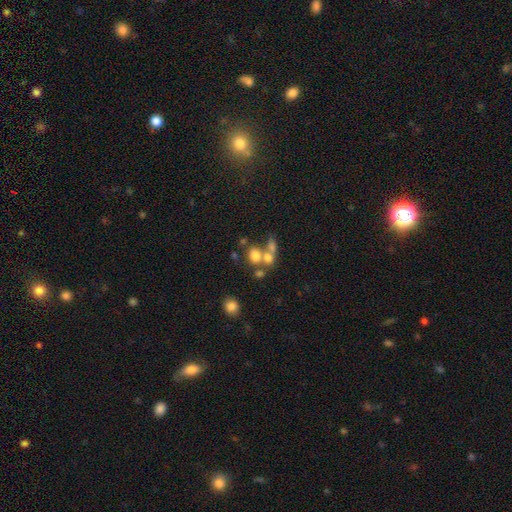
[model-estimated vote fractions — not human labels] Smooth or featured?
  - smooth: 69% *
  - featured or disk: 17%
  - star or artifact: 14%
How rounded?
  - round: 53% *
  - in between: 46%
  - cigar-shaped: 2%
Merging?
  - merger: 49% *
  - none: 35%
  - minor disturbance: 9%
  - major disturbance: 7%